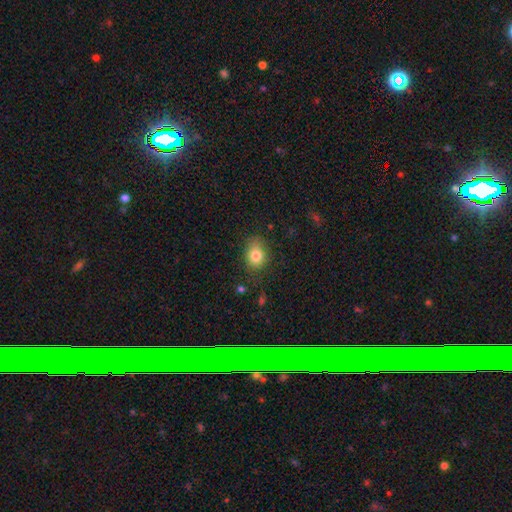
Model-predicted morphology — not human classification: Smooth or featured? smooth (81%)
How rounded? in between (57%)
Merging? none (73%)